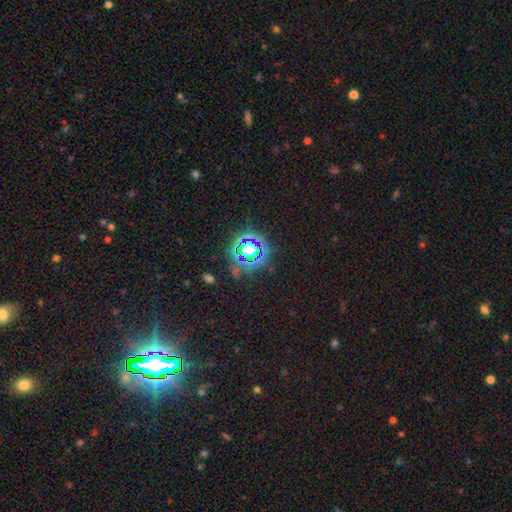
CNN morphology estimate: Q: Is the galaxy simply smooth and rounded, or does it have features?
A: star or artifact — 69%.